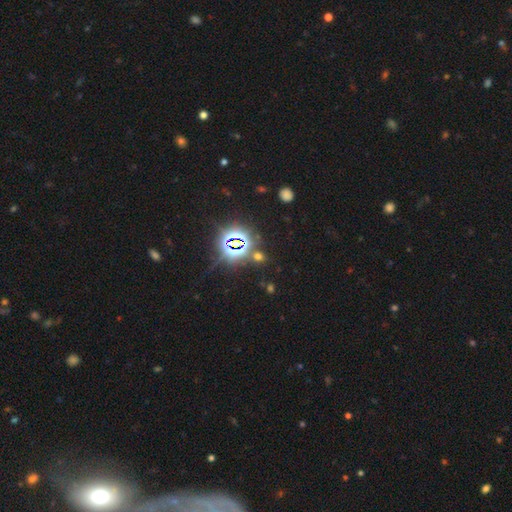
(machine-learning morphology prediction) A star or artifact, not a galaxy (80%).